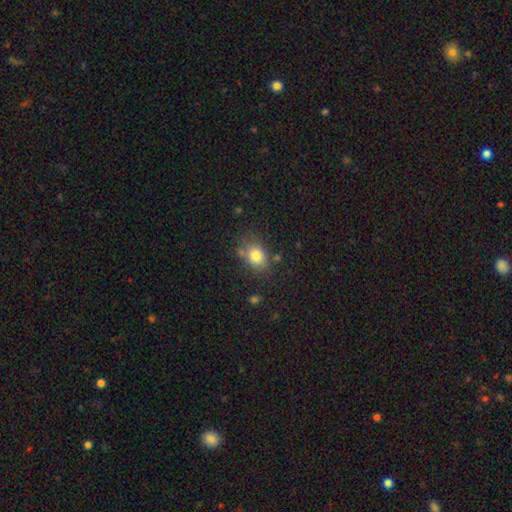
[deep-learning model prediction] Morphology: type=smooth (80%); roundness=in between (60%); merging=none (74%).